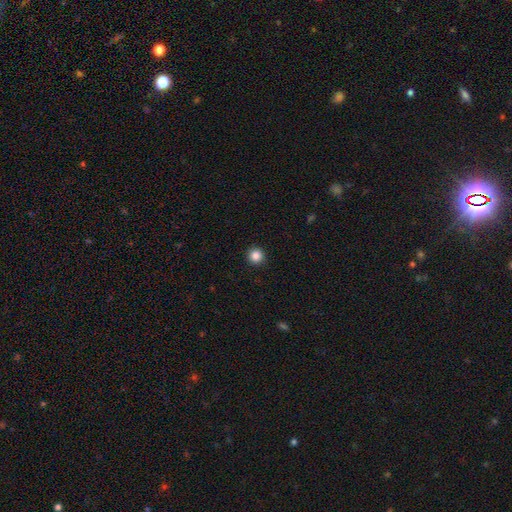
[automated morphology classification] A smooth galaxy with no disk features (86%) that is round (96%).

Vote fractions:
- Smooth or featured? smooth: 86% / star or artifact: 11% / featured or disk: 3%
- How rounded? round: 96% / in between: 3% / cigar-shaped: 1%
- Merging? none: 93% / minor disturbance: 4% / major disturbance: 2% / merger: 1%